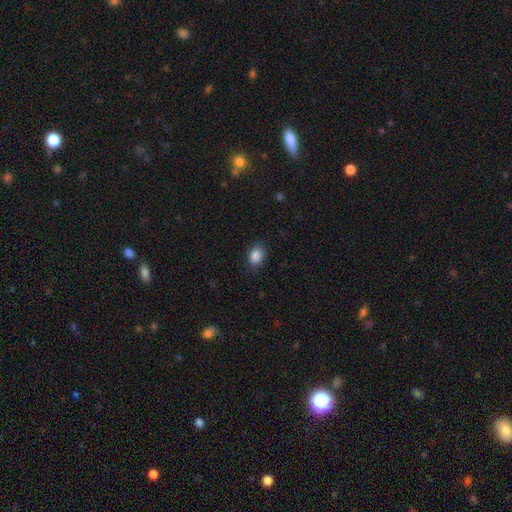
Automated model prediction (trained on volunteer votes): Morphology: type=smooth (87%); roundness=in between (69%); merging=none (86%).